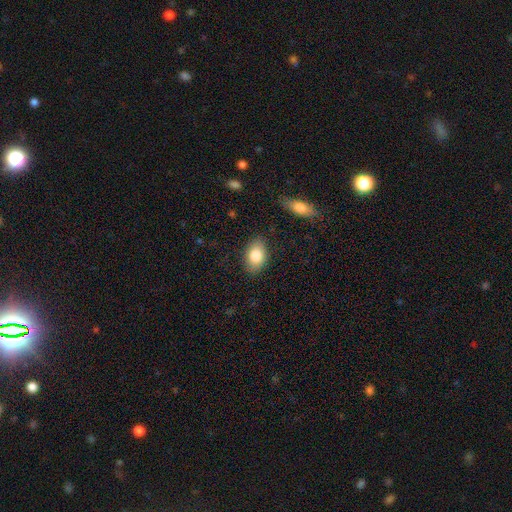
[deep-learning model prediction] smooth_or_featured: smooth (p=0.82) [alt: featured or disk p=0.11]
how_rounded: in between (p=0.88) [alt: round p=0.10]
merging: none (p=0.86) [alt: minor disturbance p=0.10]